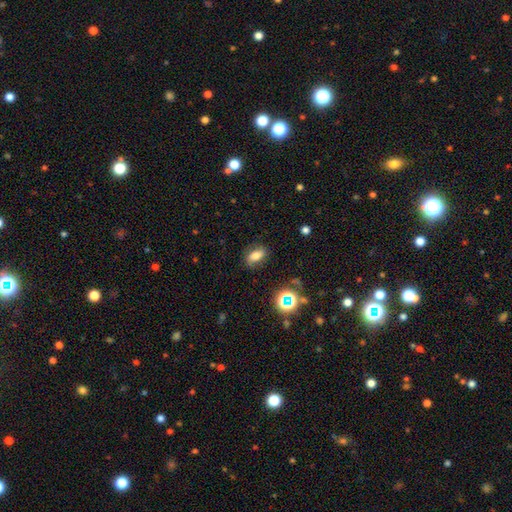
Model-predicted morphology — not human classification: A smooth galaxy with no disk features (60%) that is in between round and cigar-shaped (81%).

Vote fractions:
- Smooth or featured? smooth: 60% / featured or disk: 25% / star or artifact: 15%
- How rounded? in between: 81% / round: 12% / cigar-shaped: 7%
- Merging? none: 77% / minor disturbance: 15% / major disturbance: 5% / merger: 2%